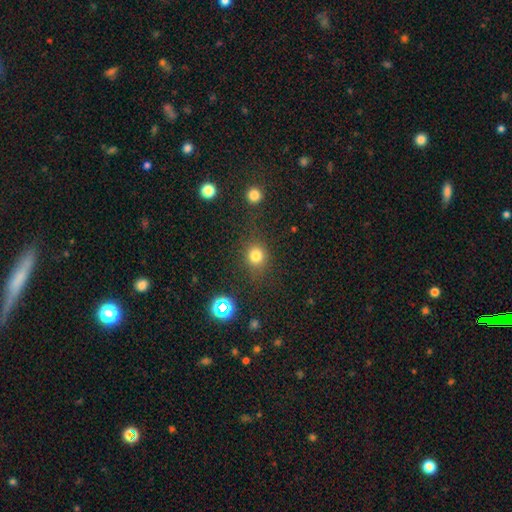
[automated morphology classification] smooth 78%, star or artifact 16%, featured or disk 6%. Down the decision tree: how rounded — round (81%); merging — none (80%).